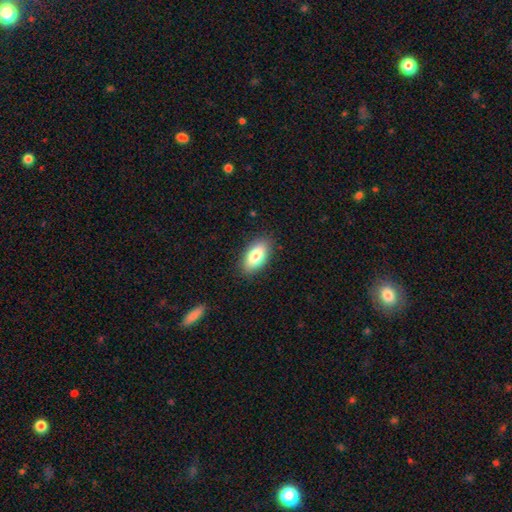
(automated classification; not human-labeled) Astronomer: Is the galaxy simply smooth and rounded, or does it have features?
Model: smooth — 81%.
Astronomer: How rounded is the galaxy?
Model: in between — 92%.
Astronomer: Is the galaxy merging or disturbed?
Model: none — 87%.